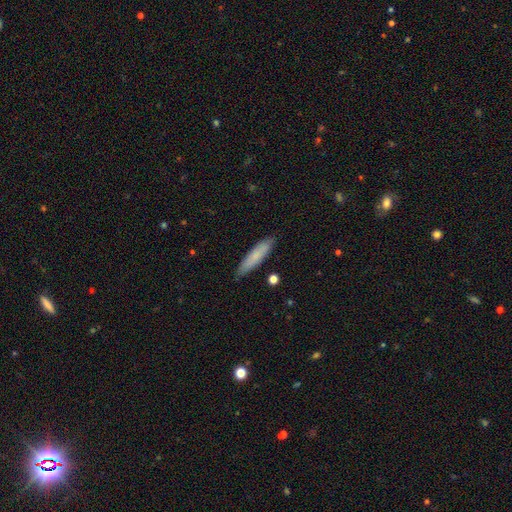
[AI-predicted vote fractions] Smooth or featured? Predicted: smooth (p=0.74). How rounded? Predicted: cigar-shaped (p=0.81). Merging? Predicted: none (p=0.85).